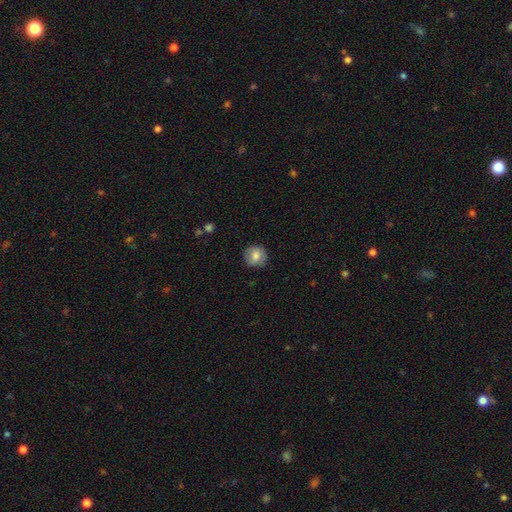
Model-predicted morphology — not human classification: Smooth or featured: smooth — 78% (featured or disk — 14%)
How rounded: round — 92% (in between — 7%)
Merging: none — 85% (minor disturbance — 12%)